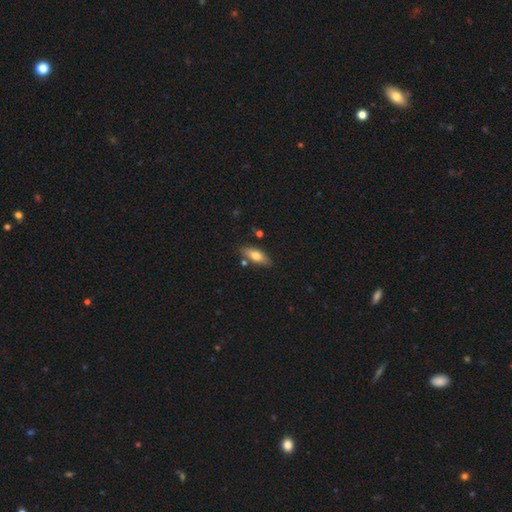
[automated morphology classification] smooth_or_featured: smooth (p=0.71) [alt: featured or disk p=0.23]
how_rounded: in between (p=0.73) [alt: cigar-shaped p=0.24]
merging: none (p=0.80) [alt: minor disturbance p=0.12]